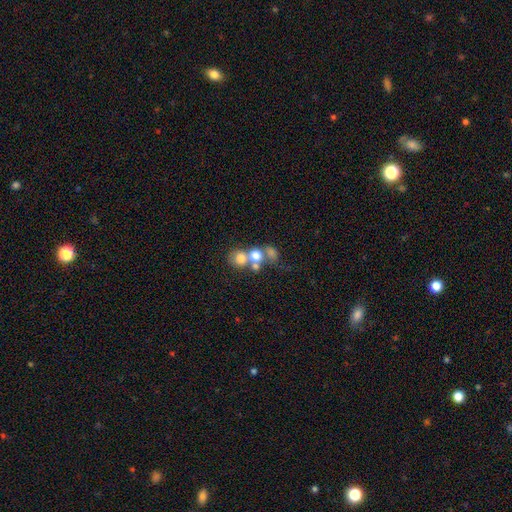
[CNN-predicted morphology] Smooth or featured? smooth (65%)
How rounded? round (74%)
Merging? merger (58%)